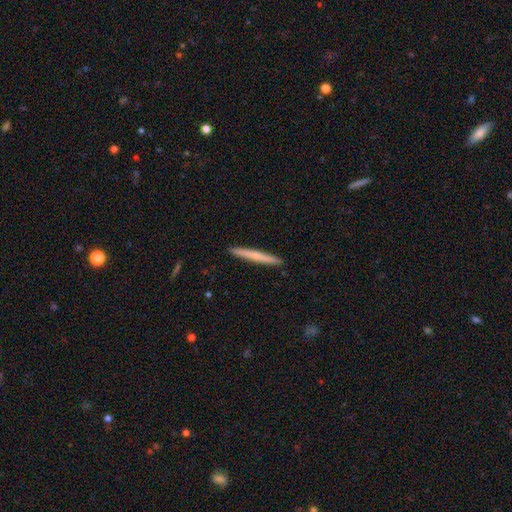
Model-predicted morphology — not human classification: Smooth or featured?
  - smooth: 56% *
  - featured or disk: 39%
  - star or artifact: 6%
How rounded?
  - cigar-shaped: 97% *
  - in between: 2%
  - round: 1%
Merging?
  - none: 93% *
  - minor disturbance: 5%
  - major disturbance: 1%
  - merger: 1%